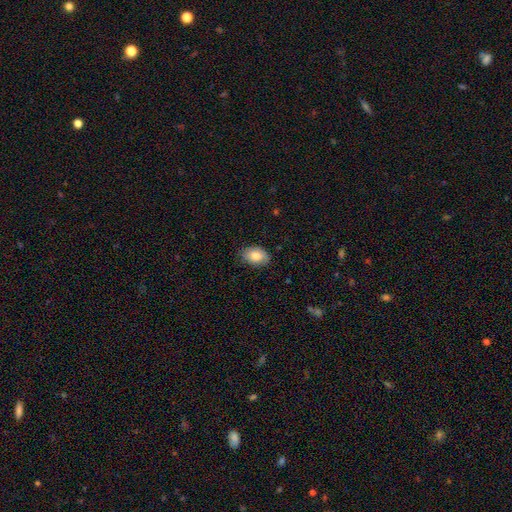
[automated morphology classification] Smooth or featured?
  - smooth: 82% *
  - featured or disk: 11%
  - star or artifact: 7%
How rounded?
  - in between: 85% *
  - round: 14%
  - cigar-shaped: 1%
Merging?
  - none: 82% *
  - minor disturbance: 15%
  - major disturbance: 2%
  - merger: 1%